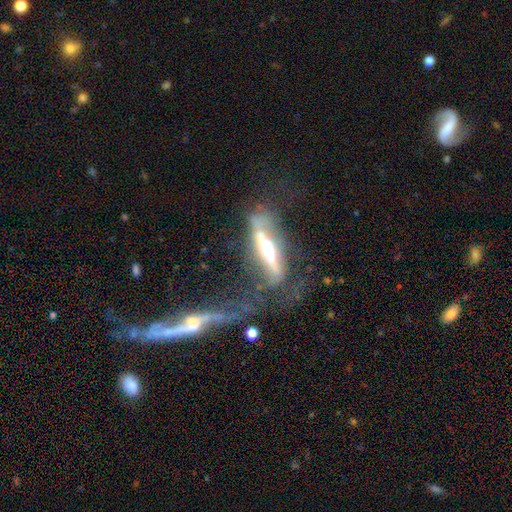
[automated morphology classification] smooth-or-featured: featured or disk: 69% | smooth: 22% | star or artifact: 8%
  disk-edge-on: yes: 62% | no: 38%
  merging: major disturbance: 31% (tied) | merger: 31% (tied) | none: 22% | minor disturbance: 17%